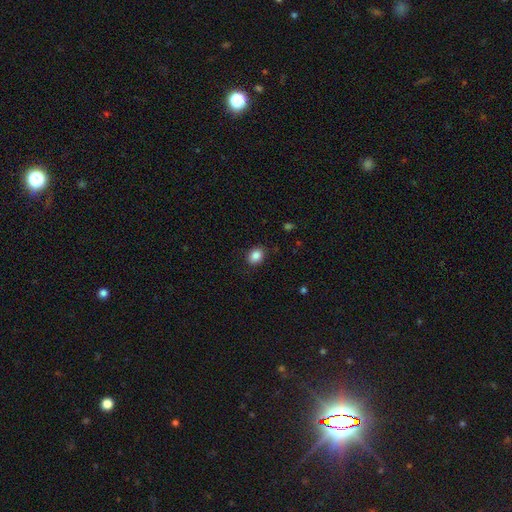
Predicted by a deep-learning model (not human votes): Smooth or featured? Predicted: smooth (p=0.86). How rounded? Predicted: in between (p=0.60). Merging? Predicted: none (p=0.87).